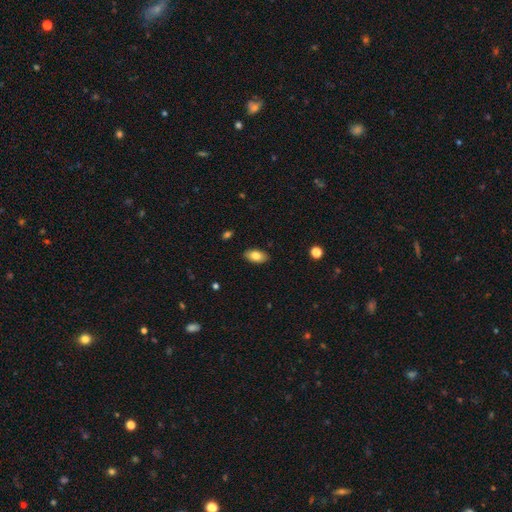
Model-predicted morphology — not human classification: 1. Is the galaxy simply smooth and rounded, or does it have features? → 80% smooth, 12% featured or disk, 7% star or artifact.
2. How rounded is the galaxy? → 93% in between, 4% round, 3% cigar-shaped.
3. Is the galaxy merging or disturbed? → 88% none, 9% minor disturbance, 2% major disturbance, 1% merger.